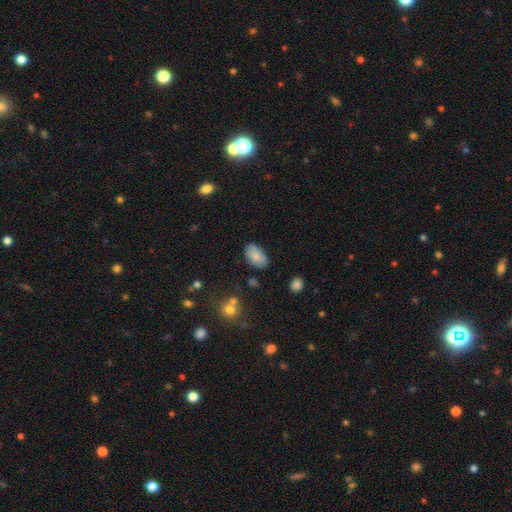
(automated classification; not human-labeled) A smooth galaxy with no disk features (81%) that is in between round and cigar-shaped (93%). Merging: none (76%).